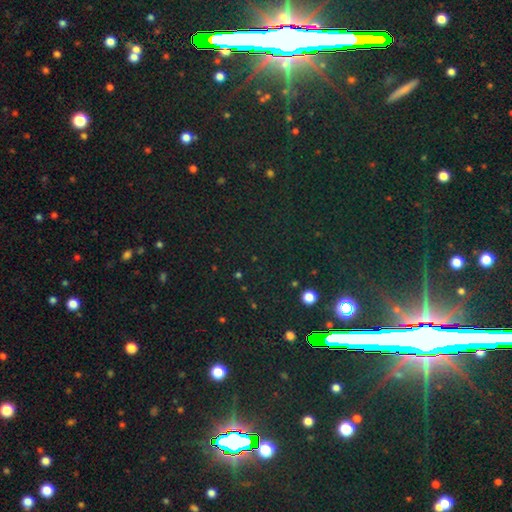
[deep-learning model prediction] Morphology: type=star or artifact (81%).